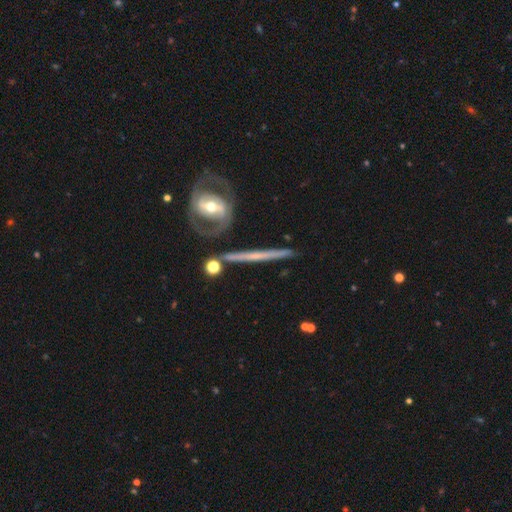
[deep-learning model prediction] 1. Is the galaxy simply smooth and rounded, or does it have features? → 73% featured or disk, 21% smooth, 7% star or artifact.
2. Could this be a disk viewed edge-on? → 79% yes, 21% no.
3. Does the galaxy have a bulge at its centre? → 59% none, 34% rounded, 6% boxy.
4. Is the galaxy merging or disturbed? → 75% none, 13% minor disturbance, 8% merger, 4% major disturbance.